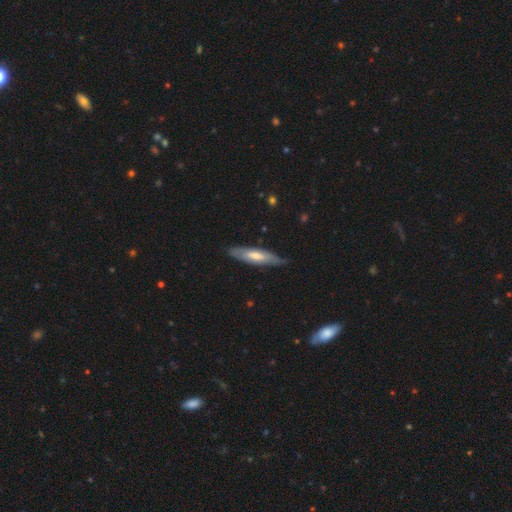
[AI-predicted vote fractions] Smooth or featured: featured or disk — 52% (smooth — 43%)
Edge-on disk: yes — 60% (no — 40%)
Merging: none — 78% (minor disturbance — 18%)